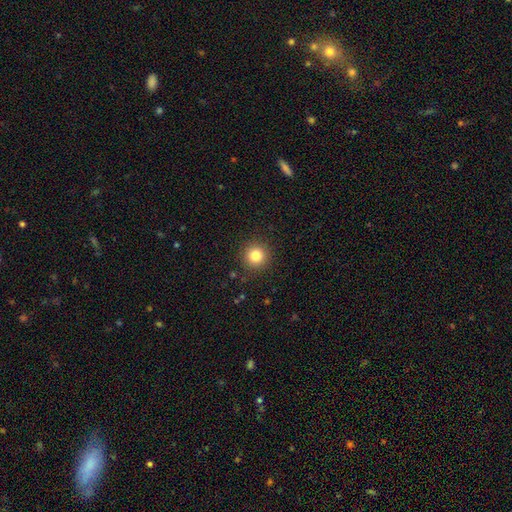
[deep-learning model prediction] Morphology: type=smooth (82%); roundness=round (95%); merging=none (91%).